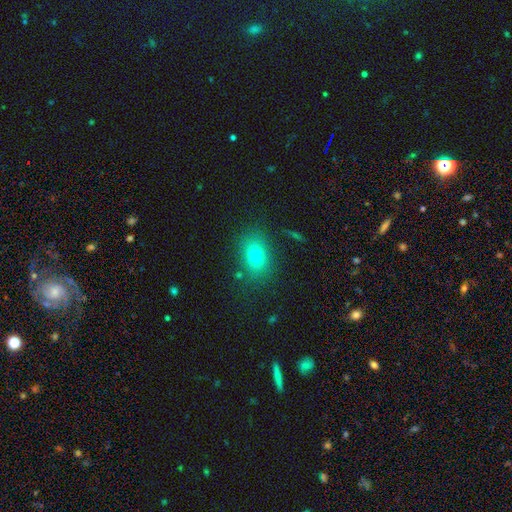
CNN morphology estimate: A smooth galaxy with no disk features (76%) that is in between round and cigar-shaped (68%). Merging: none (82%).